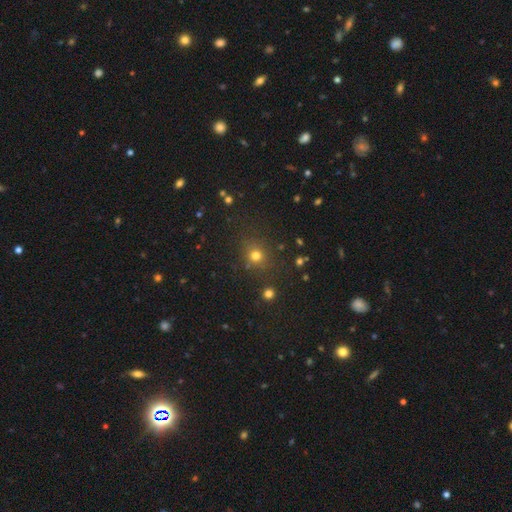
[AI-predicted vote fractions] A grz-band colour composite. It shows a smooth galaxy with no disk features (73%) that is round (85%). Merging: none (81%).